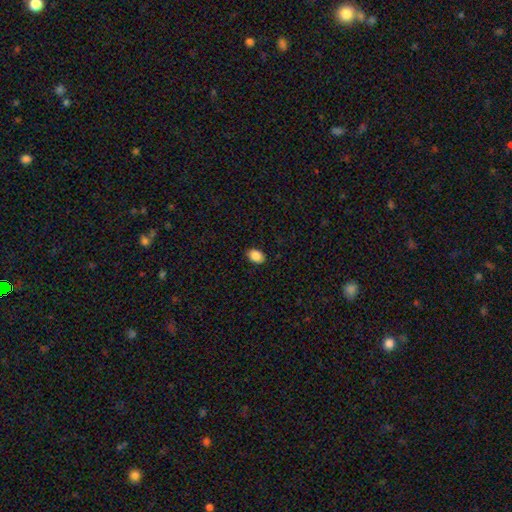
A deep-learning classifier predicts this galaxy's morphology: Overall: smooth (88%). How rounded: in between (79%). Merging: none (89%).